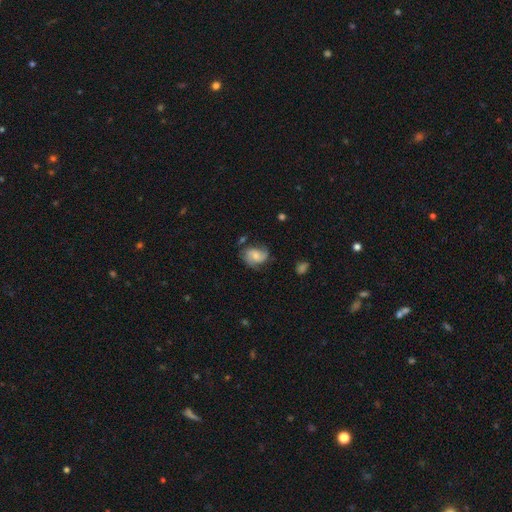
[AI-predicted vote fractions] Smooth or featured: featured or disk — 57% (smooth — 35%)
Edge-on disk: no — 97% (yes — 3%)
Bar: no — 57% (weak — 36%)
Spiral arms: yes — 89% (no — 11%)
Bulge size: small — 43% (moderate — 41%)
Merging: none — 60% (minor disturbance — 26%)